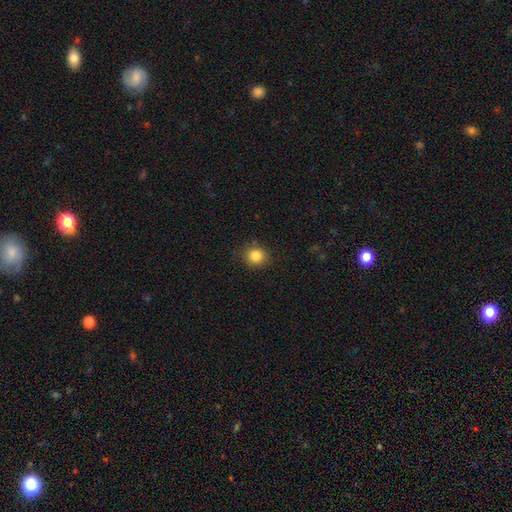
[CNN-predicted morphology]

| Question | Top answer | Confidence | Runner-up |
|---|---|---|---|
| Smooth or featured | smooth | 84% | star or artifact (11%) |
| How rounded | round | 87% | in between (12%) |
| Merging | none | 87% | minor disturbance (10%) |